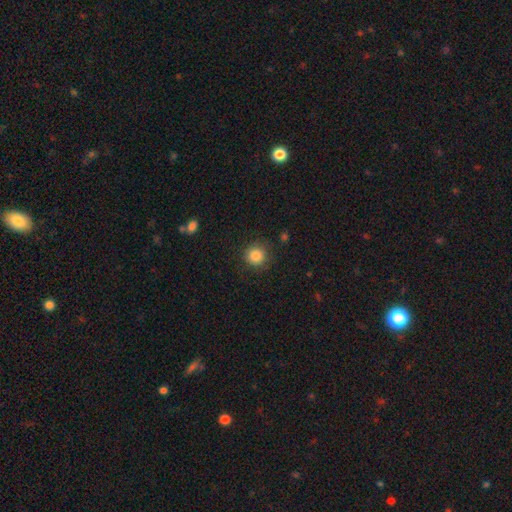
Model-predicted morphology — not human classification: Q: Smooth or featured?
A: smooth (85%); runner-up: star or artifact (10%)
Q: How rounded?
A: round (92%); runner-up: in between (7%)
Q: Merging?
A: none (86%); runner-up: minor disturbance (9%)